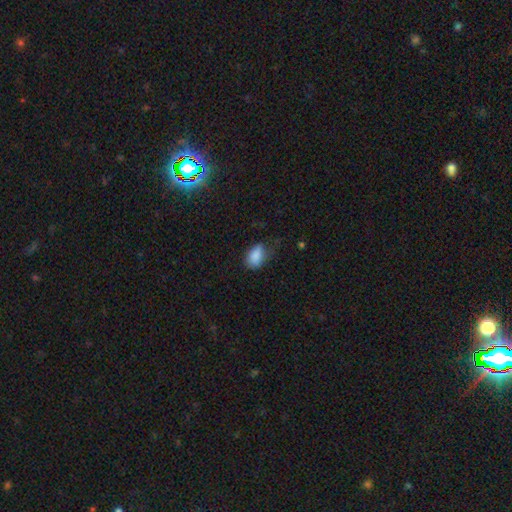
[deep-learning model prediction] This appears to be a smooth galaxy with no disk features (86%) that is in between round and cigar-shaped (88%). Merging: none (53%).